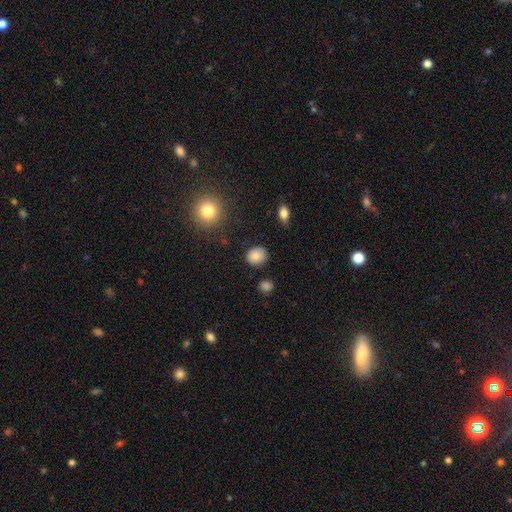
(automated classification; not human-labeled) This appears to be a smooth galaxy with no disk features (84%) that is round (79%). Merging: none (87%).